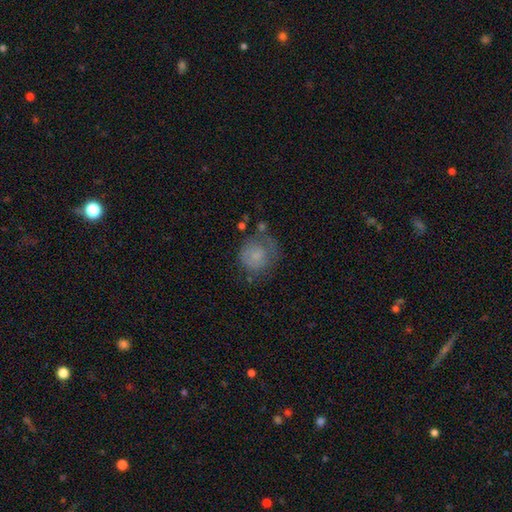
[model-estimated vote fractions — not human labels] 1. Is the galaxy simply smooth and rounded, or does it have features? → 62% smooth, 28% featured or disk, 10% star or artifact.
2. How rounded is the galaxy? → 83% round, 16% in between, 1% cigar-shaped.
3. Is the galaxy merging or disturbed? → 50% none, 24% minor disturbance, 21% major disturbance, 5% merger.